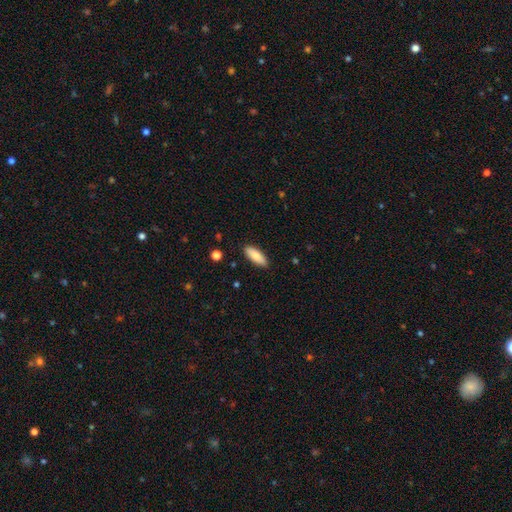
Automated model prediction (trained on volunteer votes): Overall: smooth (85%). How rounded: in between (71%). Merging: none (88%).